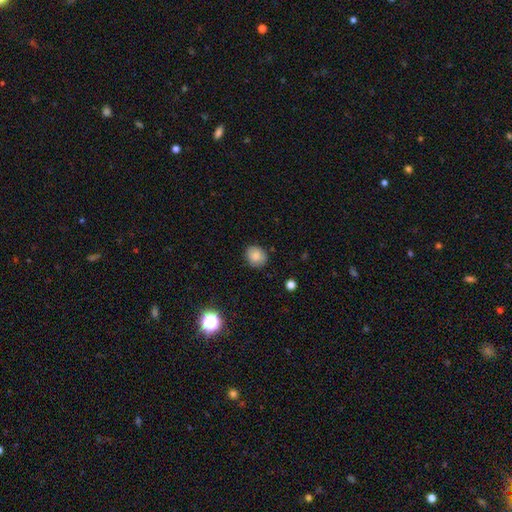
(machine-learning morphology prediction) type=smooth (84%); roundness=round (70%); merging=none (84%).